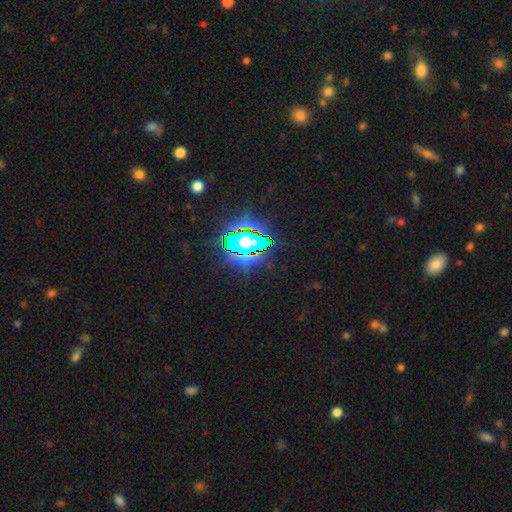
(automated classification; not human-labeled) Morphology: type=star or artifact (82%).